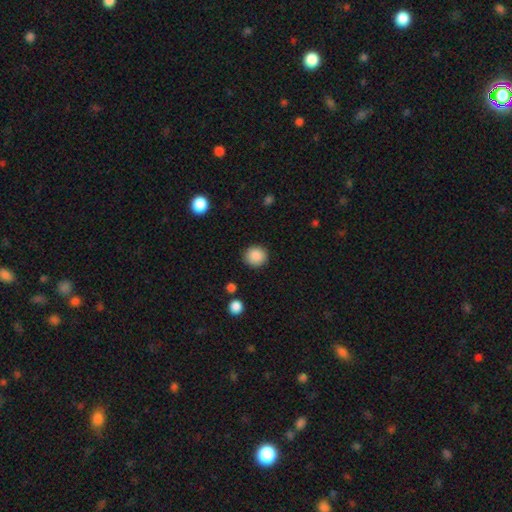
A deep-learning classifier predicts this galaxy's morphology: Smooth or featured?
  - smooth: 88% *
  - star or artifact: 9%
  - featured or disk: 3%
How rounded?
  - round: 91% *
  - in between: 8%
  - cigar-shaped: 1%
Merging?
  - none: 90% *
  - minor disturbance: 6%
  - major disturbance: 2%
  - merger: 1%